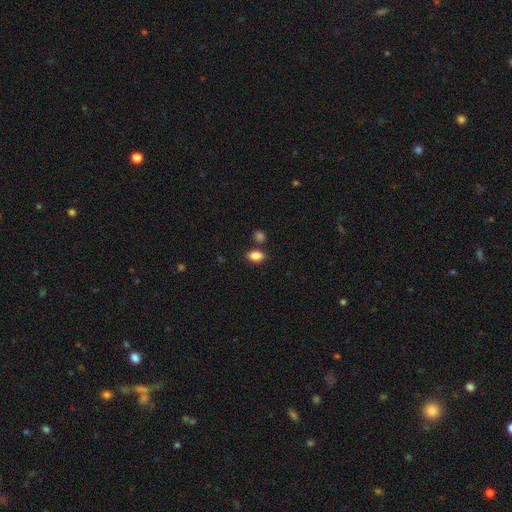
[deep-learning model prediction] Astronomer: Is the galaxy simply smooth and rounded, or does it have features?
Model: smooth — 86%.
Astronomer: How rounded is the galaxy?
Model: in between — 82%.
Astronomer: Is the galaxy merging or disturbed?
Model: none — 75%.